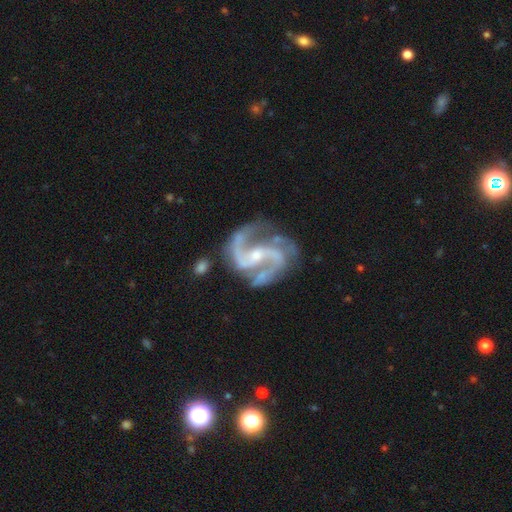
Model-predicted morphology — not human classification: Smooth or featured?
  - featured or disk: 93% *
  - star or artifact: 5%
  - smooth: 3%
Edge-on disk?
  - no: 98% *
  - yes: 2%
Bar?
  - weak: 40% *
  - no: 31%
  - strong: 29%
Spiral arms?
  - yes: 98% *
  - no: 2%
Spiral winding?
  - medium: 62% *
  - loose: 23%
  - tight: 15%
Spiral arm count?
  - 2: 76% *
  - 3: 14%
  - can't tell: 3%
  - 4: 2%
  - 1: 2%
  - more than 4: 2%
Bulge size?
  - small: 63% *
  - moderate: 31%
  - none: 4%
  - large: 1%
  - dominant: 1%
Merging?
  - none: 63% *
  - minor disturbance: 21%
  - major disturbance: 12%
  - merger: 4%